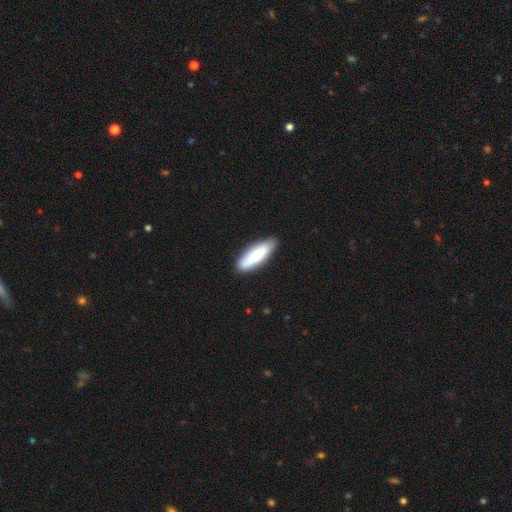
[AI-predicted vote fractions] Smooth or featured? Predicted: smooth (p=0.78). How rounded? Predicted: in between (p=0.50). Merging? Predicted: none (p=0.84).